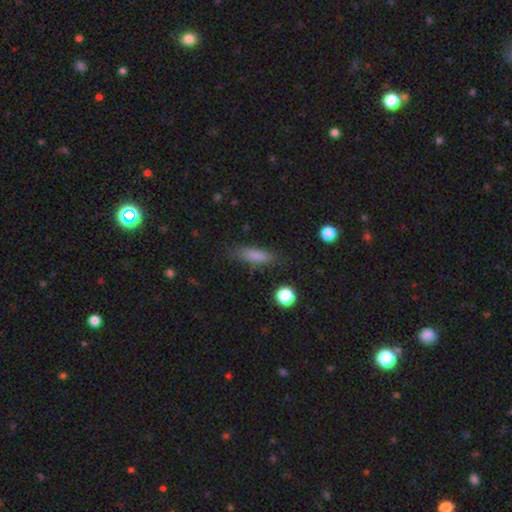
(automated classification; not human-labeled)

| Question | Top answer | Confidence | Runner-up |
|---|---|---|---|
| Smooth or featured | smooth | 81% | featured or disk (10%) |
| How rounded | cigar-shaped | 55% | in between (41%) |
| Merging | none | 79% | minor disturbance (14%) |